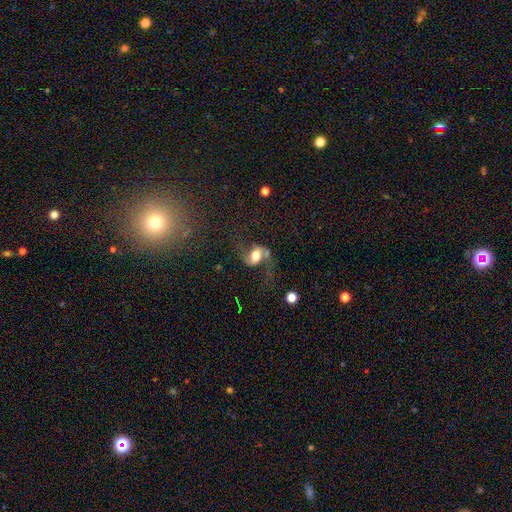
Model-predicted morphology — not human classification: This is likely a featured or disk galaxy (70%). It is clearly not viewed edge-on (96%). Bar: possibly no (46%). Spiral arm pattern: clearly yes (91%). Spiral arm count: clearly 2 (92%). Spiral winding: likely loose (78%). Central bulge: possibly moderate (49%). Merging: possibly none (57%).